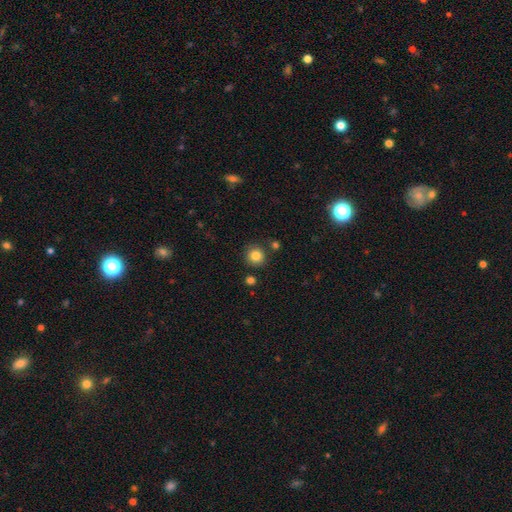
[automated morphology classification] The model was most divided on "smooth or featured": smooth: 83%, star or artifact: 11%, featured or disk: 6%. More confident: how rounded — round (91%); merging — none (85%).